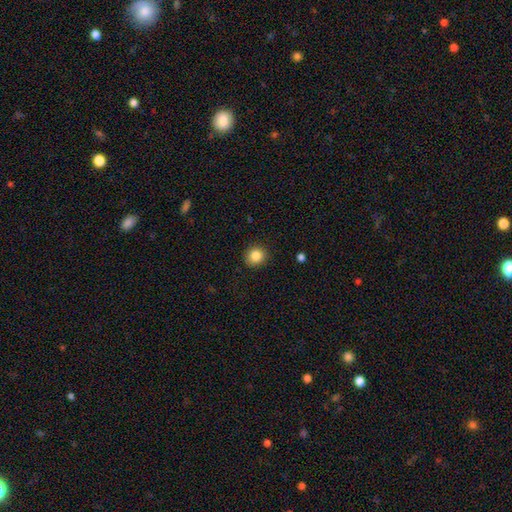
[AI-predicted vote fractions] smooth_or_featured: smooth (p=0.85) [alt: star or artifact p=0.10]
how_rounded: round (p=0.86) [alt: in between p=0.13]
merging: none (p=0.90) [alt: minor disturbance p=0.07]